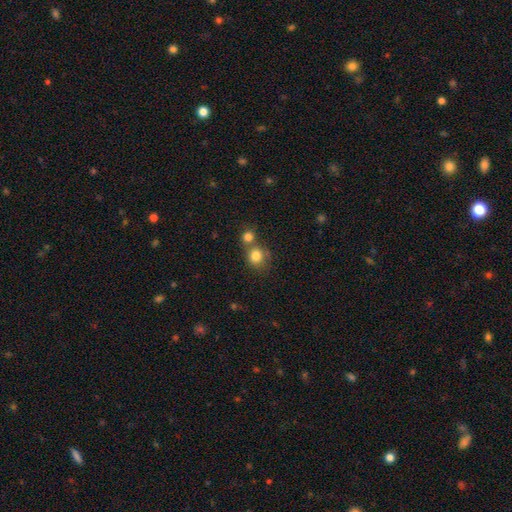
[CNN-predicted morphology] Q: Smooth or featured?
A: smooth (81%); runner-up: star or artifact (11%)
Q: How rounded?
A: round (83%); runner-up: in between (16%)
Q: Merging?
A: none (49%); runner-up: merger (39%)